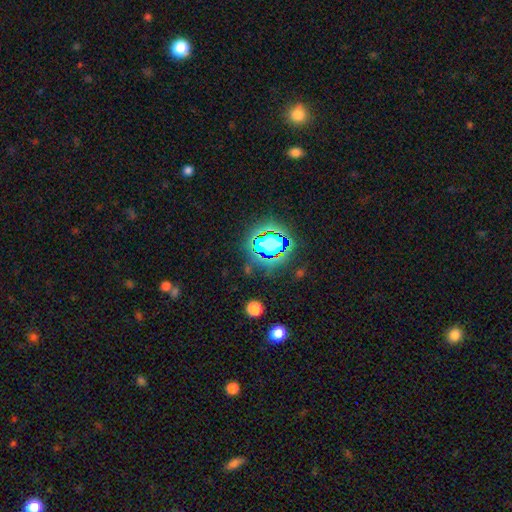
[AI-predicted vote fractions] The model was most divided on "smooth or featured": star or artifact: 80%, smooth: 12%, featured or disk: 8%.